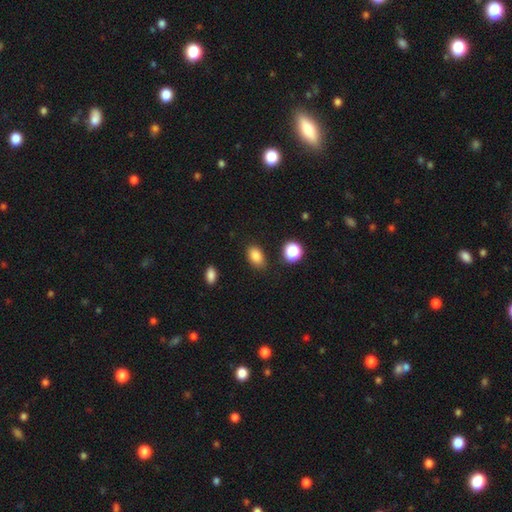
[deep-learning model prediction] Smooth or featured: smooth — 85% (star or artifact — 11%)
How rounded: in between — 83% (round — 16%)
Merging: none — 81% (minor disturbance — 13%)